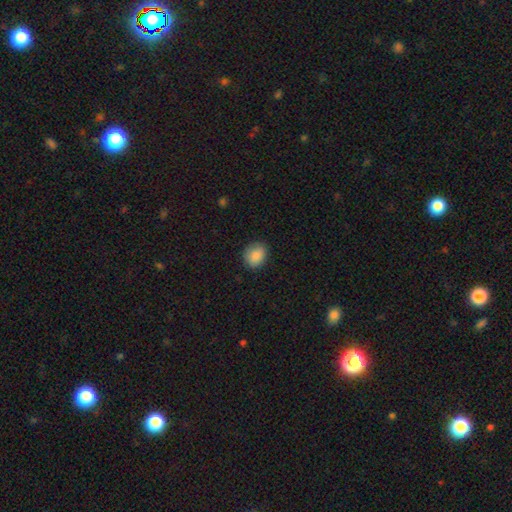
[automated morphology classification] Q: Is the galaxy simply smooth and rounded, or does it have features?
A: smooth — 88%.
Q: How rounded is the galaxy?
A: in between — 51%.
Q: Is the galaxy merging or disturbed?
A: none — 83%.